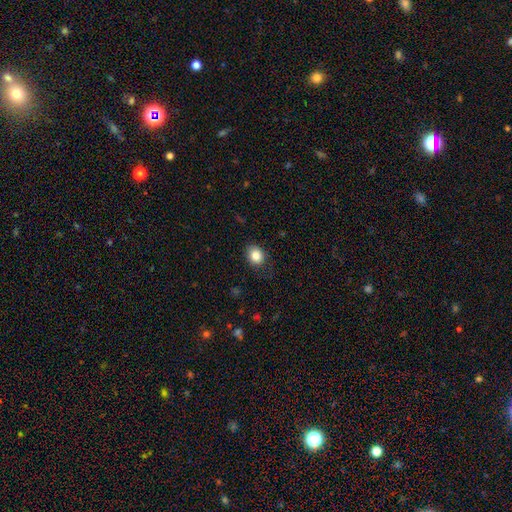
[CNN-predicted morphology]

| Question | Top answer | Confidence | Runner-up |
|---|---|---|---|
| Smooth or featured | smooth | 84% | star or artifact (9%) |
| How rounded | round | 55% | in between (45%) |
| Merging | none | 80% | minor disturbance (15%) |